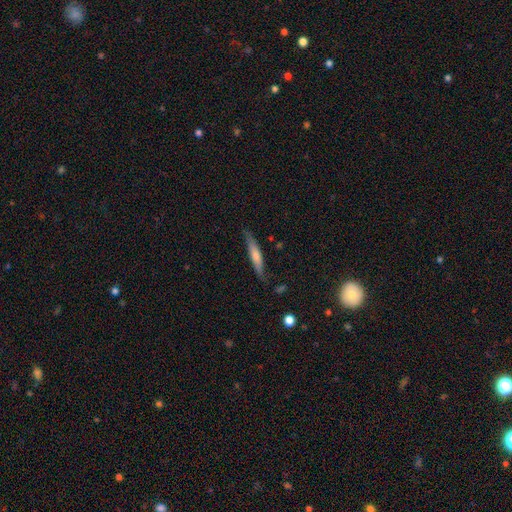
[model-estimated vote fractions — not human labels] Smooth or featured? Predicted: smooth (p=0.60). How rounded? Predicted: cigar-shaped (p=0.88). Merging? Predicted: none (p=0.76).